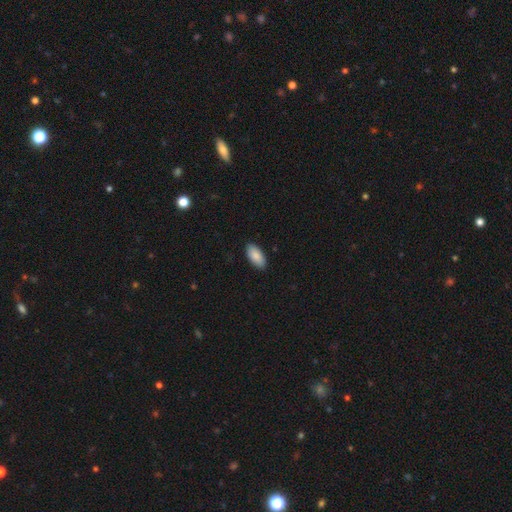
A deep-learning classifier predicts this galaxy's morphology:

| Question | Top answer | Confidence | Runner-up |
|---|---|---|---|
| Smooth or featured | smooth | 89% | star or artifact (6%) |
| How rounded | in between | 93% | cigar-shaped (5%) |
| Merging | none | 89% | minor disturbance (8%) |